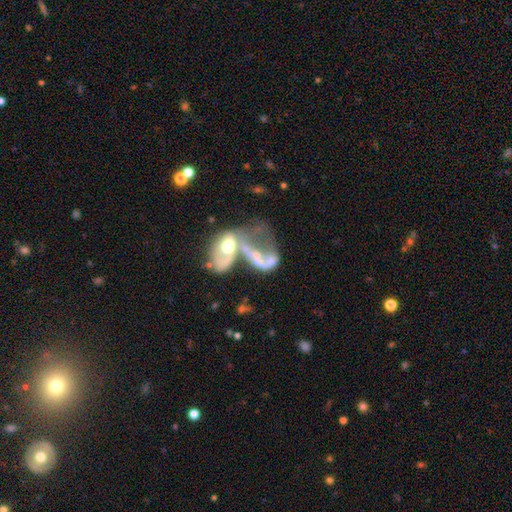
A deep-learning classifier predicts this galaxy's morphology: smooth_or_featured: featured or disk (p=0.60) [alt: smooth p=0.29]
disk_edge_on: no (p=0.96) [alt: yes p=0.04]
bar: no (p=0.77) [alt: weak p=0.17]
has_spiral_arms: no (p=0.68) [alt: yes p=0.32]
bulge_size: moderate (p=0.44) [alt: none p=0.21]
merging: merger (p=0.66) [alt: major disturbance p=0.22]